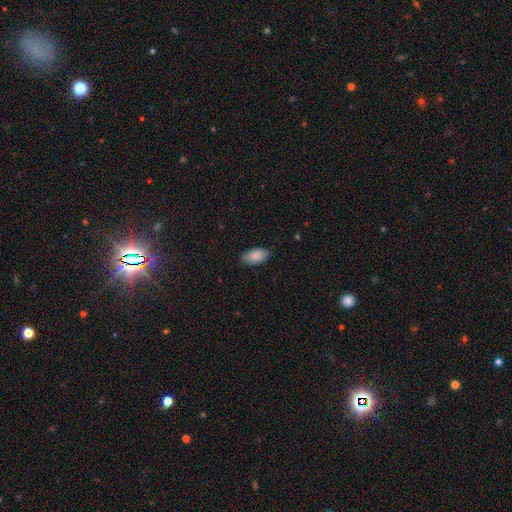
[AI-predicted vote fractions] This is clearly a smooth galaxy (88%). How rounded: clearly in between (94%). Merging: clearly none (84%).